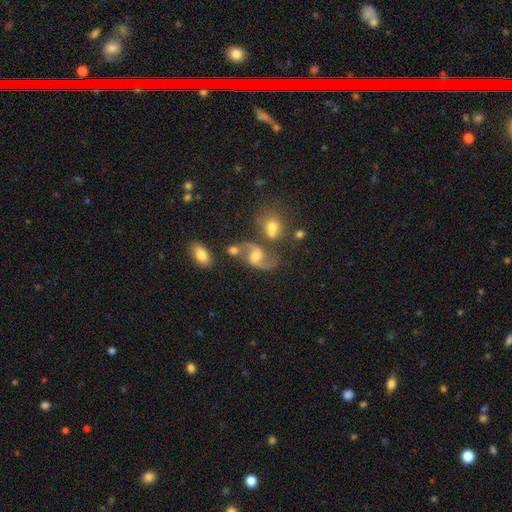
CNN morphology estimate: A featured or disk galaxy (83%) with no bar (44%, tied with weak), 2 (93%) loose (62%) spiral arms (95%) and a moderate central bulge (56%). Merging: none (58%).